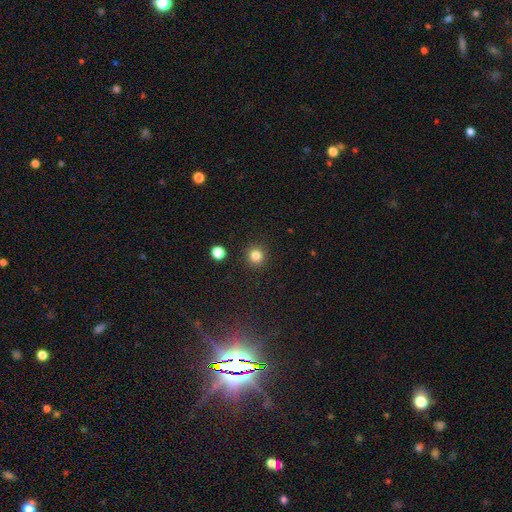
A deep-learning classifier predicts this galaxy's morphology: The model was most divided on "smooth or featured": smooth: 83%, star or artifact: 13%, featured or disk: 5%. More confident: how rounded — round (94%); merging — none (92%).